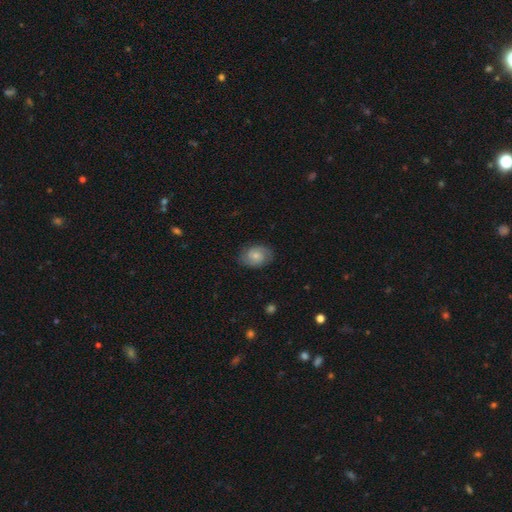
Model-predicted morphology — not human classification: smooth-or-featured: featured or disk: 60% | smooth: 32% | star or artifact: 7%
  disk-edge-on: no: 97% | yes: 3%
    bar: no: 62% | weak: 33% | strong: 5%
    has-spiral-arms: yes: 91% | no: 9%
      spiral-winding: tight: 43% (tied) | medium: 43% (tied) | loose: 13%
      spiral-arm-count: 2: 84% | can't tell: 9% | 3: 3% | 1: 2% | 4: 1% | more than 4: 1%
    bulge-size: small: 54% | moderate: 37% | none: 6% | large: 3% | dominant: 1%
  merging: none: 82% | minor disturbance: 13% | major disturbance: 4% | merger: 1%